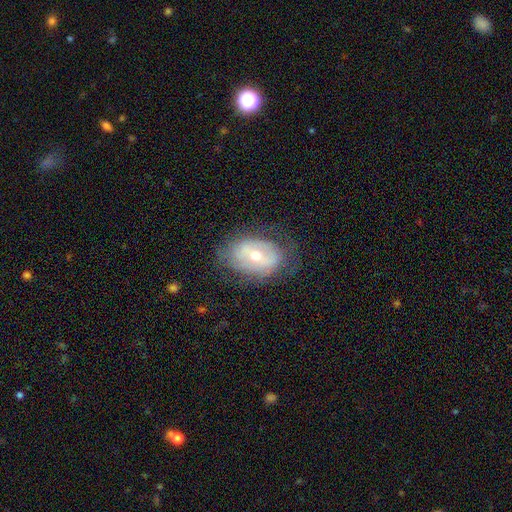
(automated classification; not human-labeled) featured or disk 58%, smooth 33%, star or artifact 8%. Down the decision tree: edge-on disk — no (92%); bar — weak (39%); spiral arms — no (53%); bulge size — moderate (57%); merging — none (68%).